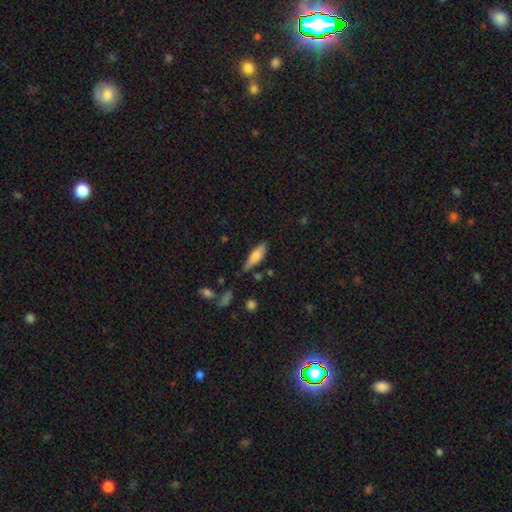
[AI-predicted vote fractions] This is likely a smooth galaxy (69%). How rounded: possibly cigar-shaped (51%). Merging: likely none (73%).